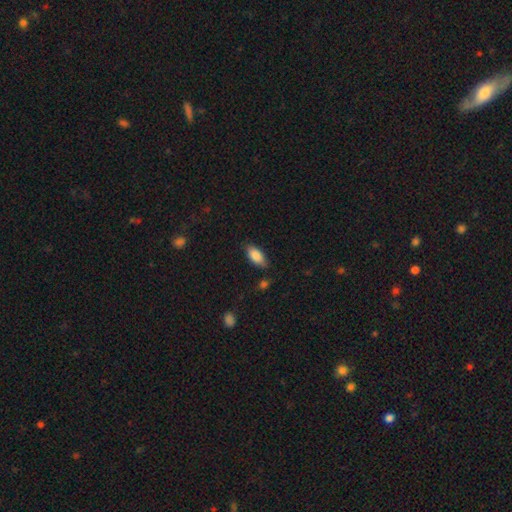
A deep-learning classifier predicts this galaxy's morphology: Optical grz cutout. It shows a smooth galaxy with no disk features (87%) that is in between round and cigar-shaped (89%). Merging: none (79%).